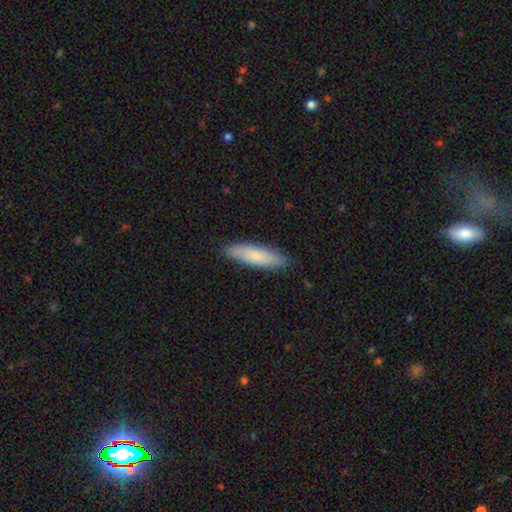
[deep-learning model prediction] Smooth or featured?
  - smooth: 78% *
  - featured or disk: 17%
  - star or artifact: 5%
How rounded?
  - cigar-shaped: 71% *
  - in between: 28%
  - round: 1%
Merging?
  - none: 88% *
  - minor disturbance: 9%
  - major disturbance: 2%
  - merger: 1%